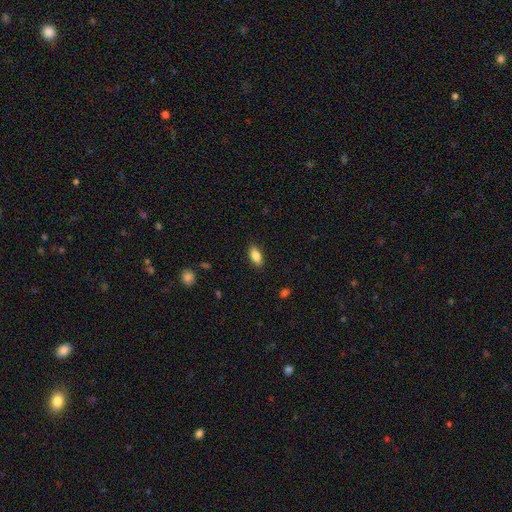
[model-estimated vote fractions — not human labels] Overall: smooth (82%). How rounded: in between (83%). Merging: none (87%).